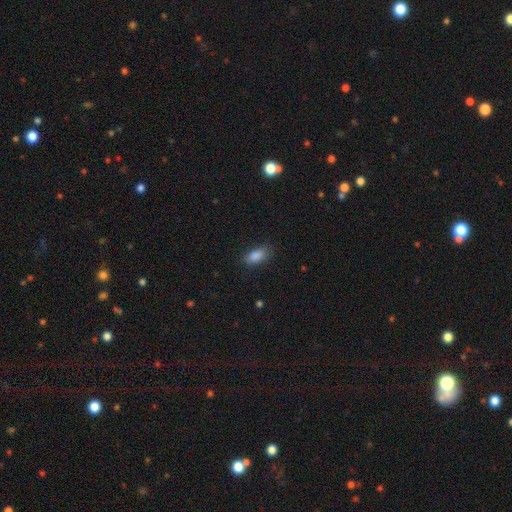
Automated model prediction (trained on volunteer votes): Smooth or featured: smooth — 87% (star or artifact — 8%)
How rounded: in between — 89% (cigar-shaped — 7%)
Merging: none — 81% (minor disturbance — 15%)